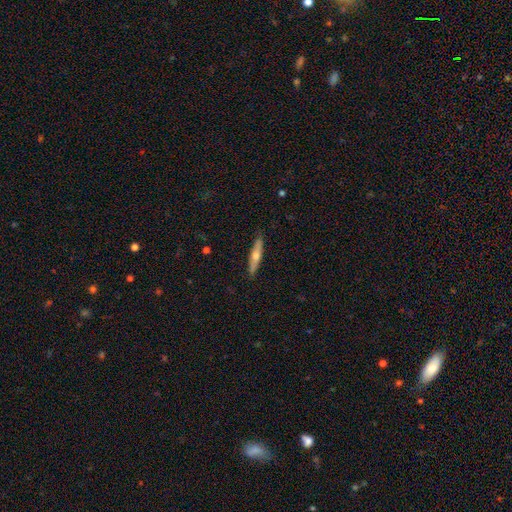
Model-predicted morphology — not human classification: type=featured or disk (49%); merging=none (88%).